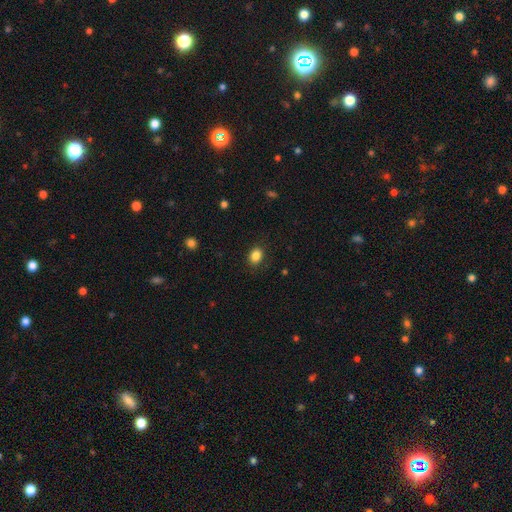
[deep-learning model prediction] smooth_or_featured: smooth (p=0.86) [alt: star or artifact p=0.10]
how_rounded: in between (p=0.58) [alt: round p=0.41]
merging: none (p=0.86) [alt: minor disturbance p=0.10]